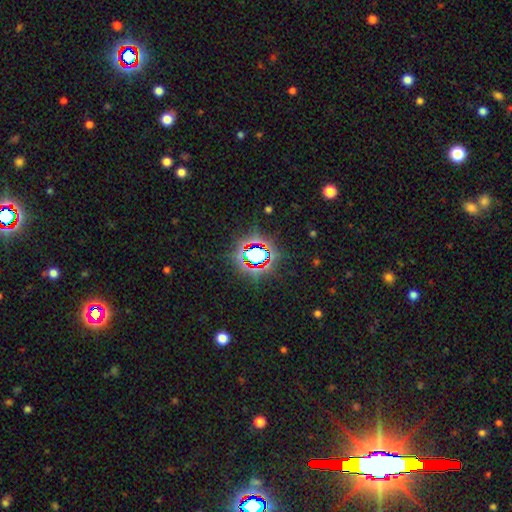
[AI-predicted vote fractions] This appears to be a star or artifact, not a galaxy (75%).